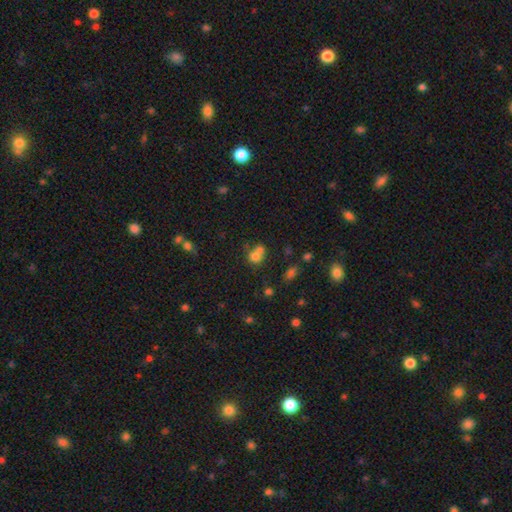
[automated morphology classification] Smooth or featured?
  - smooth: 71% *
  - star or artifact: 15%
  - featured or disk: 14%
How rounded?
  - round: 72% *
  - in between: 27%
  - cigar-shaped: 1%
Merging?
  - merger: 57% *
  - none: 32%
  - minor disturbance: 7%
  - major disturbance: 4%